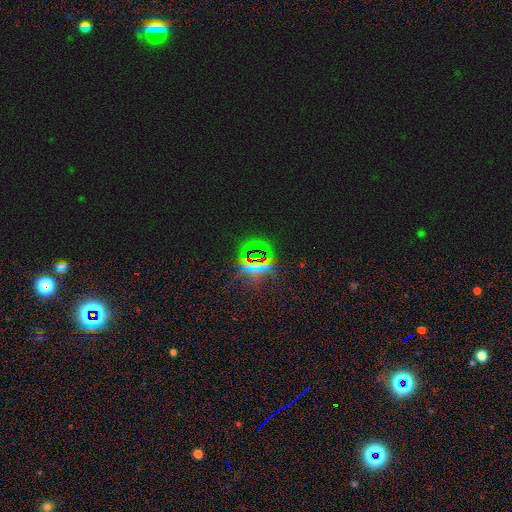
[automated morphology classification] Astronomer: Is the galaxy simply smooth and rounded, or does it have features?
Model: star or artifact — 80%.